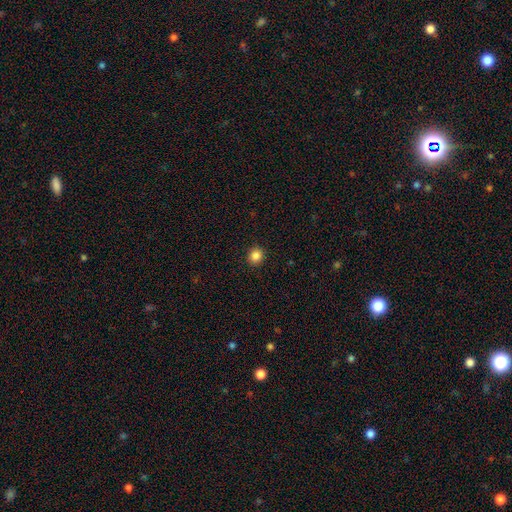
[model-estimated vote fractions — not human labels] smooth_or_featured: smooth (p=0.86) [alt: star or artifact p=0.11]
how_rounded: round (p=0.85) [alt: in between p=0.14]
merging: none (p=0.92) [alt: minor disturbance p=0.05]